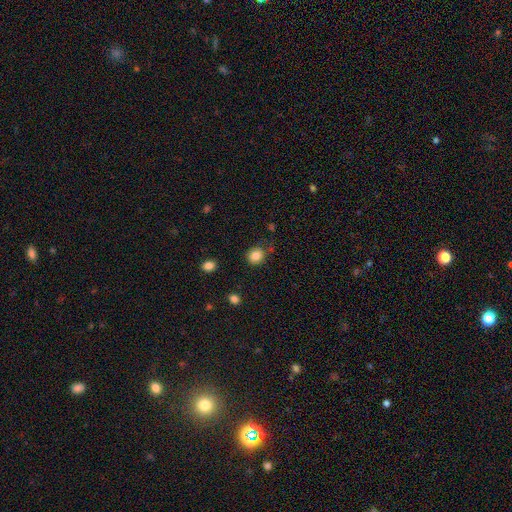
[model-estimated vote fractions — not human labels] Smooth or featured? smooth (84%)
How rounded? round (77%)
Merging? none (77%)